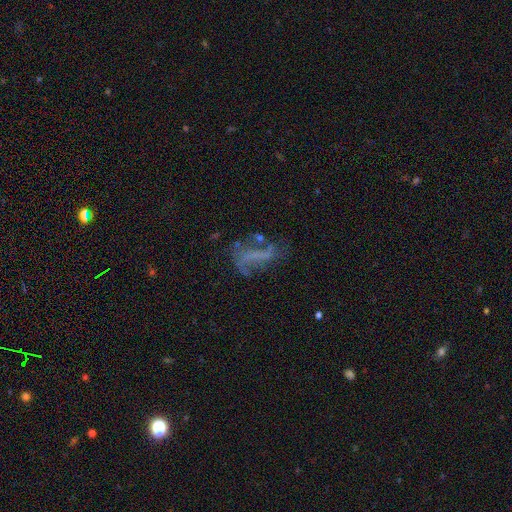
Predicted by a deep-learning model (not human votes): Morphology: type=featured or disk (57%); edge-on=no (91%); bar=no (49%); spiral arms=no (52%); bulge=none (76%); merging=none (41%).